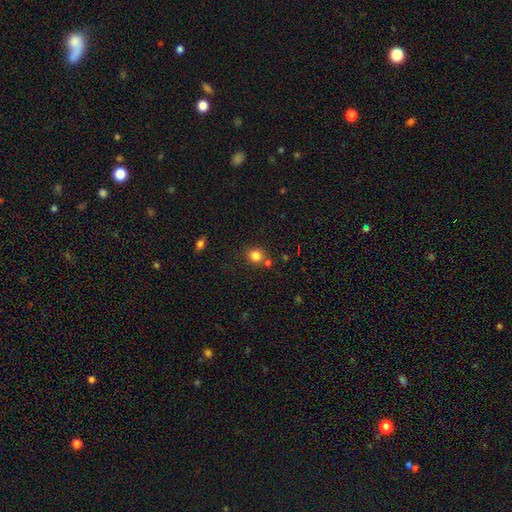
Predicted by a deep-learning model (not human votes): smooth 82%, star or artifact 12%, featured or disk 6%. Down the decision tree: how rounded — round (79%); merging — none (71%).